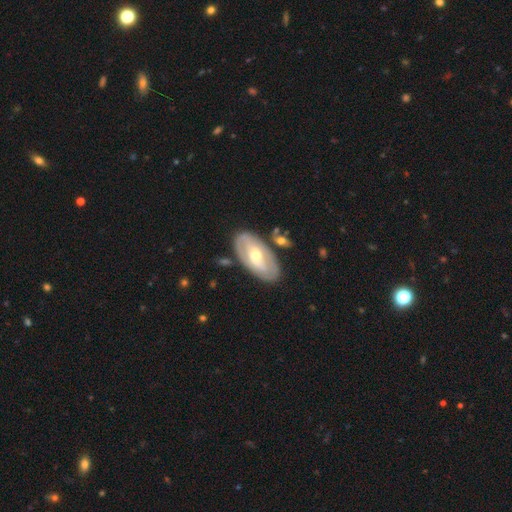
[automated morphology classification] The model was most divided on "spiral arms": no: 51%, yes: 49%. Remaining: edge-on disk — no (89%); merging — none (78%); bulge size — moderate (66%); smooth or featured — featured or disk (66%); bar — weak (39%).